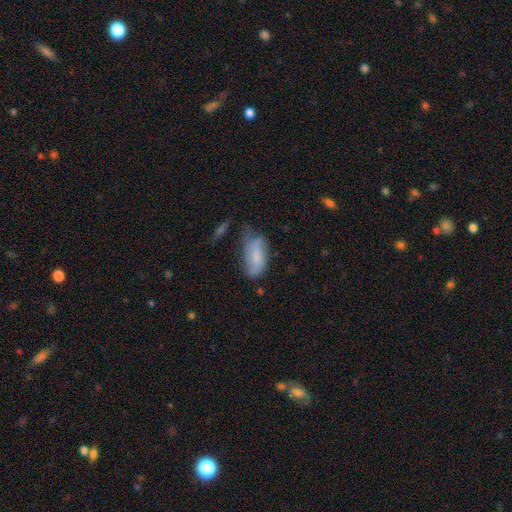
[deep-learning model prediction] smooth-or-featured: smooth: 69% | featured or disk: 23% | star or artifact: 8%
  how-rounded: in between: 87% | cigar-shaped: 10% | round: 2%
  merging: none: 39% | minor disturbance: 38% | major disturbance: 18% | merger: 5%